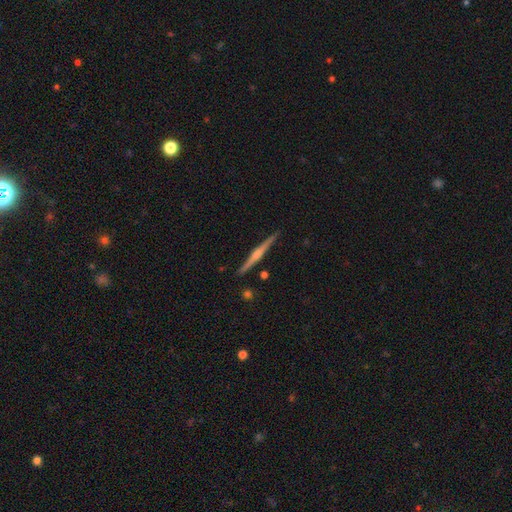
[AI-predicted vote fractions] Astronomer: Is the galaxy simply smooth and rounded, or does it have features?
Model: featured or disk — 74%.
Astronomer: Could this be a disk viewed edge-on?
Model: yes — 98%.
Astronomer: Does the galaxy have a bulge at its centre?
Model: rounded — 66%.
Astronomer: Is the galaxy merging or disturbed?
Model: none — 91%.